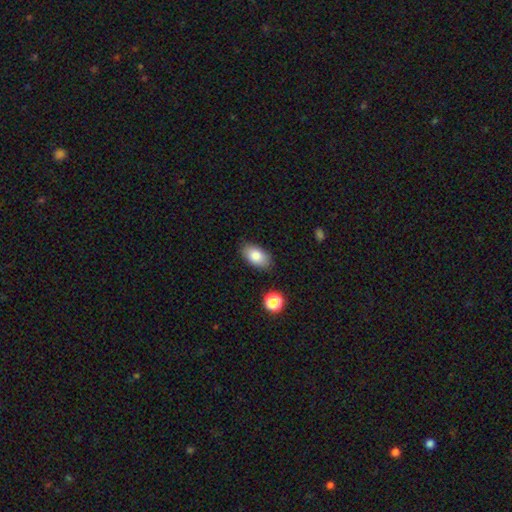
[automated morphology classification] This is clearly a smooth galaxy (85%). How rounded: clearly in between (92%). Merging: clearly none (84%).